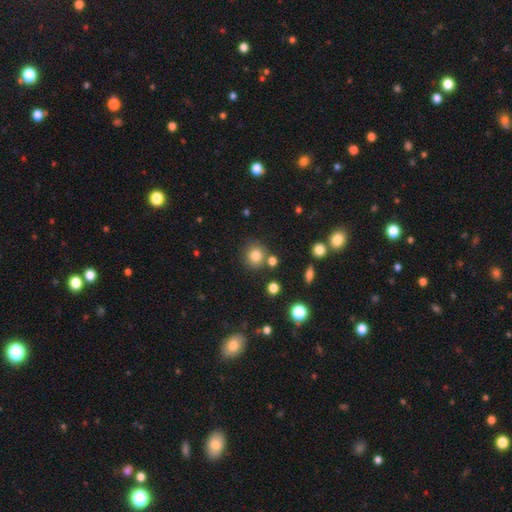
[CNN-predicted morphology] Smooth or featured? Predicted: smooth (p=0.80). How rounded? Predicted: round (p=0.86). Merging? Predicted: none (p=0.77).